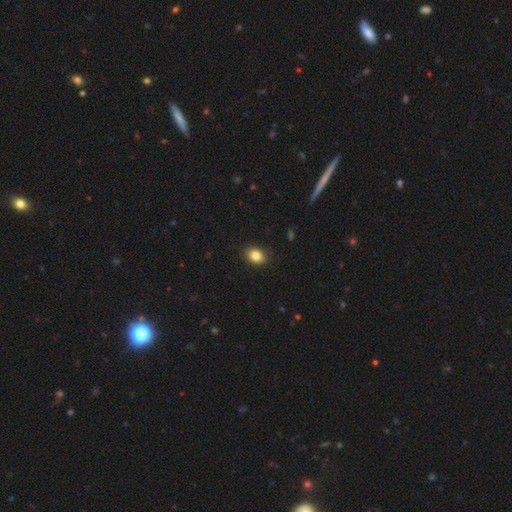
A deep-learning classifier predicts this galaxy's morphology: Smooth or featured? smooth (85%)
How rounded? in between (63%)
Merging? none (90%)